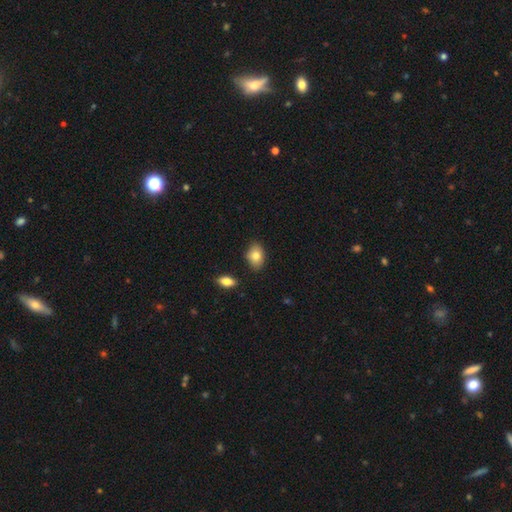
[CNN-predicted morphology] A smooth galaxy with no disk features (82%) that is in between round and cigar-shaped (83%).

Vote fractions:
- Smooth or featured? smooth: 82% / featured or disk: 10% / star or artifact: 8%
- How rounded? in between: 83% / round: 16% / cigar-shaped: 2%
- Merging? none: 83% / minor disturbance: 12% / merger: 3% / major disturbance: 2%